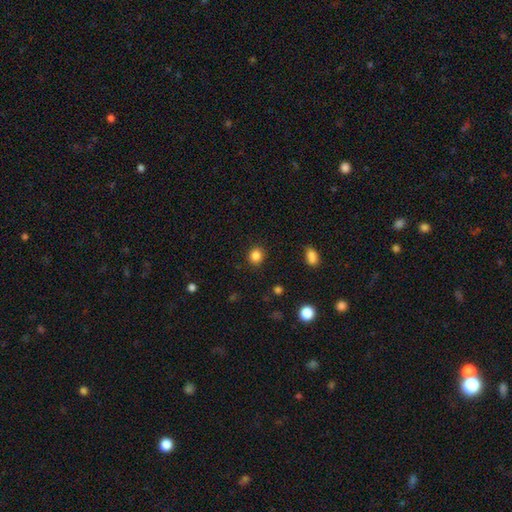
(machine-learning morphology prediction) The model was most divided on "how rounded": round: 84%, in between: 15%, cigar-shaped: 1%. More confident: merging — none (89%); smooth or featured — smooth (85%).